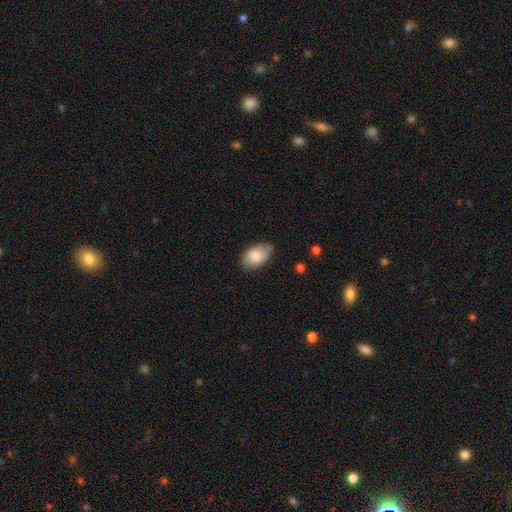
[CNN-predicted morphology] The model was most divided on "merging": none: 77%, minor disturbance: 18%, major disturbance: 3%, merger: 1%. More confident: how rounded — in between (94%); smooth or featured — smooth (82%).